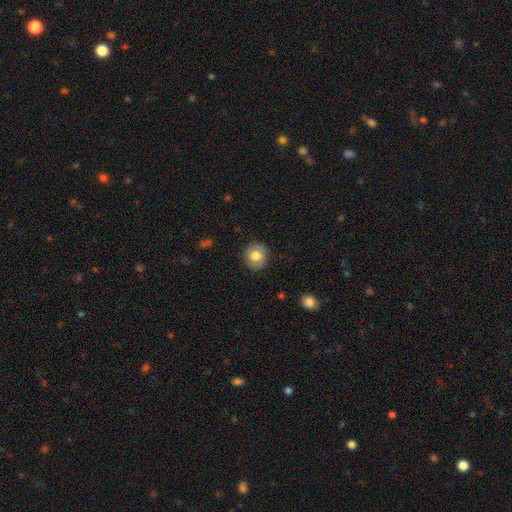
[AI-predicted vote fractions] Overall: smooth (77%). How rounded: round (80%). Merging: none (86%).